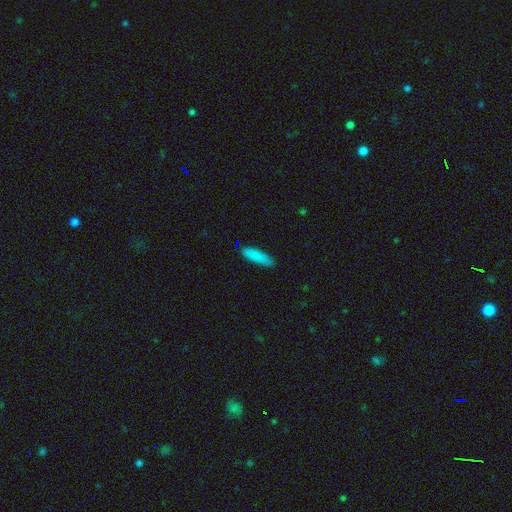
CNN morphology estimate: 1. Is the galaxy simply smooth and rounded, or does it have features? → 86% smooth, 7% star or artifact, 7% featured or disk.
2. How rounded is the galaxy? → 68% cigar-shaped, 31% in between, 2% round.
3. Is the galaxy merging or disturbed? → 81% none, 15% minor disturbance, 3% major disturbance, 1% merger.